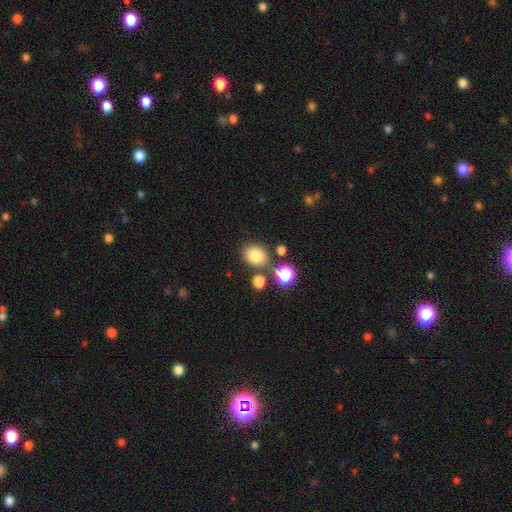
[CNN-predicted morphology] A smooth galaxy with no disk features (80%) that is round (57%).

Vote fractions:
- Smooth or featured? smooth: 80% / star or artifact: 13% / featured or disk: 7%
- How rounded? round: 57% / in between: 42% / cigar-shaped: 1%
- Merging? none: 74% / minor disturbance: 11% / merger: 11% / major disturbance: 4%